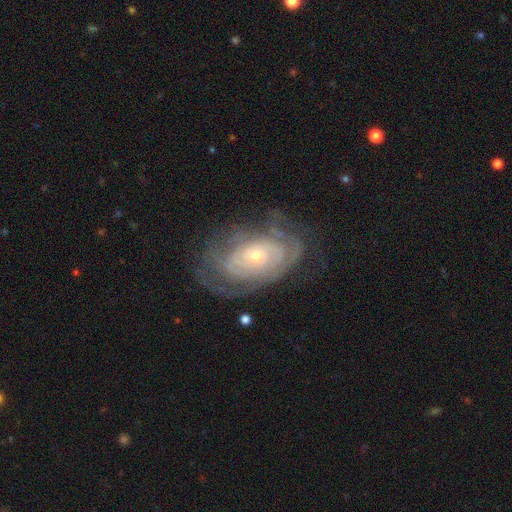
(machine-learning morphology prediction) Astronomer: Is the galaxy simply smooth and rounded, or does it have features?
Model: featured or disk — 75%.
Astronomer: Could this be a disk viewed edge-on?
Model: no — 94%.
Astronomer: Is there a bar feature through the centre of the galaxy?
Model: no — 82%.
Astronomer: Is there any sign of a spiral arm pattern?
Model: yes — 77%.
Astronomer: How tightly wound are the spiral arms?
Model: tight — 75%.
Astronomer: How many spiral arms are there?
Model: can't tell — 62%.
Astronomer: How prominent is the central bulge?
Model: small — 72%.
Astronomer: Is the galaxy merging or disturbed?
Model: none — 64%.